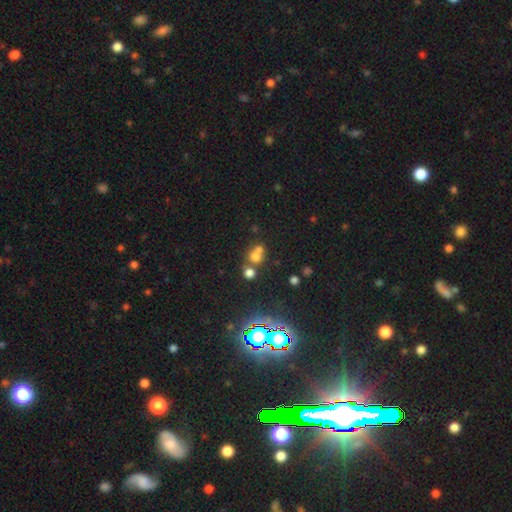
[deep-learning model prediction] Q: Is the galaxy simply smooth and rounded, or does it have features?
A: smooth — 62%.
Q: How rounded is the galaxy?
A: round — 74%.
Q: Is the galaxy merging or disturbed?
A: merger — 52%.